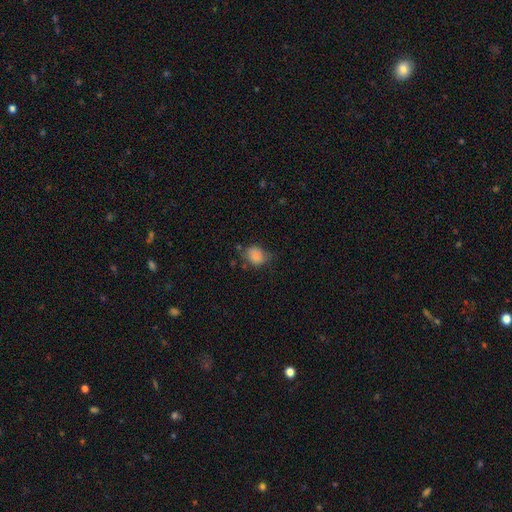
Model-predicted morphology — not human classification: smooth 81%, star or artifact 11%, featured or disk 8%. Down the decision tree: how rounded — in between (53%); merging — none (51%).